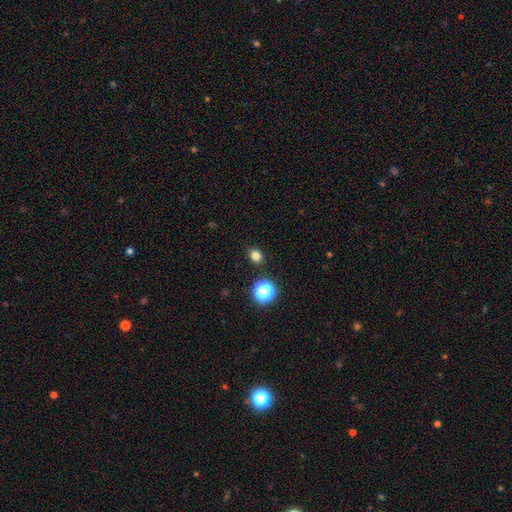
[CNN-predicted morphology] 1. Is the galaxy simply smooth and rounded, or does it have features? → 80% smooth, 16% star or artifact, 4% featured or disk.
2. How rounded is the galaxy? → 65% round, 34% in between, 1% cigar-shaped.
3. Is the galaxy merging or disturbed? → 89% none, 7% minor disturbance, 2% major disturbance, 2% merger.